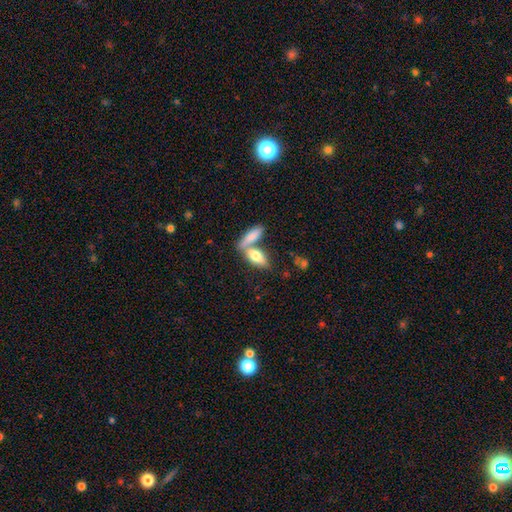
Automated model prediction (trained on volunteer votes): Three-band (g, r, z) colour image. It shows a smooth galaxy with no disk features (74%) that is in between round and cigar-shaped (75%). Merging: merger (52%).